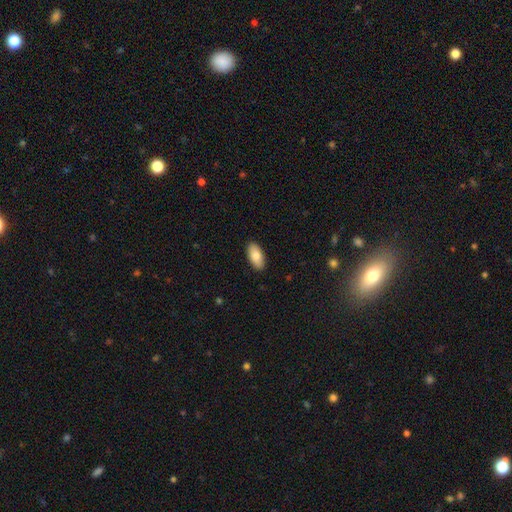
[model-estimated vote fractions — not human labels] Smooth or featured? smooth (83%)
How rounded? in between (91%)
Merging? none (89%)